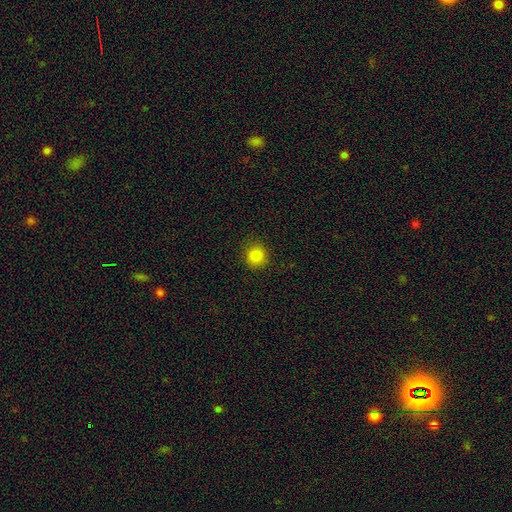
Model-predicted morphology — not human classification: Smooth or featured: smooth — 85% (star or artifact — 11%)
How rounded: round — 90% (in between — 9%)
Merging: none — 89% (minor disturbance — 8%)